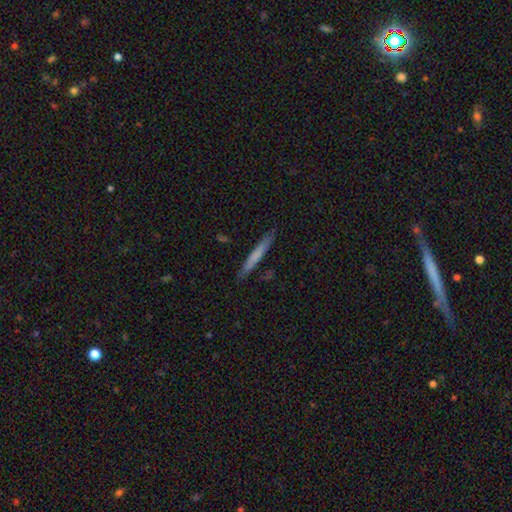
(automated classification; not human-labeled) Smooth or featured? Predicted: smooth (p=0.66). How rounded? Predicted: cigar-shaped (p=0.96). Merging? Predicted: none (p=0.88).